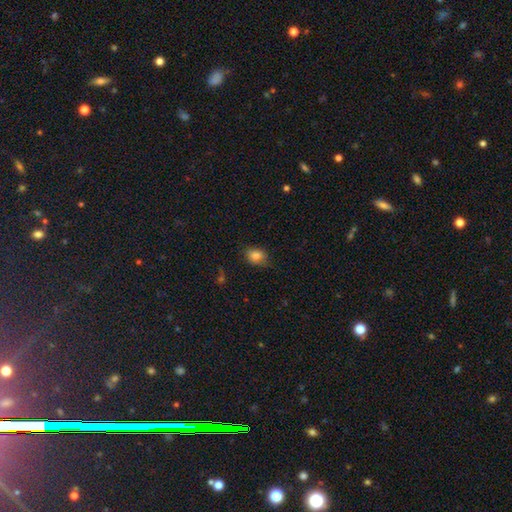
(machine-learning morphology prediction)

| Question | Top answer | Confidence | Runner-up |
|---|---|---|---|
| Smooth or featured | smooth | 82% | star or artifact (10%) |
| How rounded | in between | 62% | round (37%) |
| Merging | none | 70% | minor disturbance (23%) |